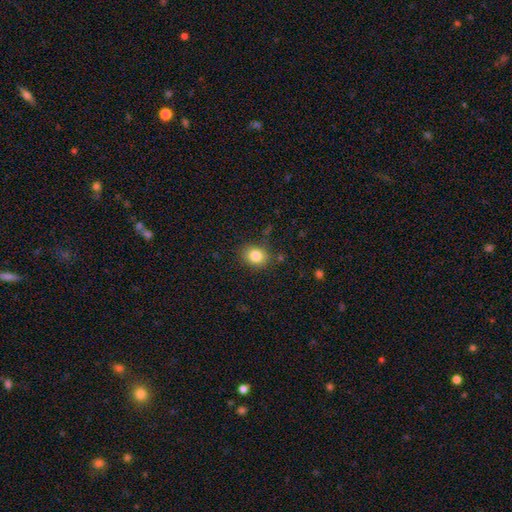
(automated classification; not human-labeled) smooth-or-featured: smooth: 84% | star or artifact: 10% | featured or disk: 6%
  how-rounded: round: 63% | in between: 36% | cigar-shaped: 1%
  merging: none: 83% | minor disturbance: 12% | major disturbance: 3% | merger: 2%